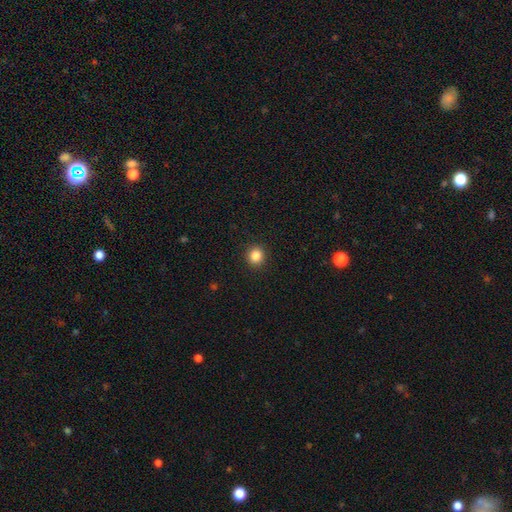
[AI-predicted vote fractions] Smooth or featured: smooth — 86% (star or artifact — 11%)
How rounded: round — 88% (in between — 11%)
Merging: none — 92% (minor disturbance — 5%)